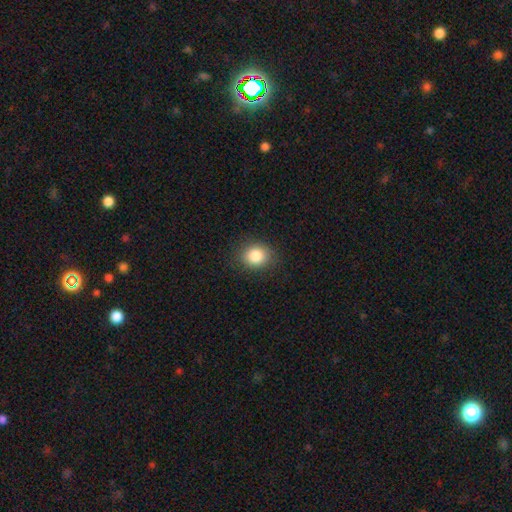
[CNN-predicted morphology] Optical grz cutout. It shows a smooth galaxy with no disk features (84%) that is round (63%). Merging: none (86%).